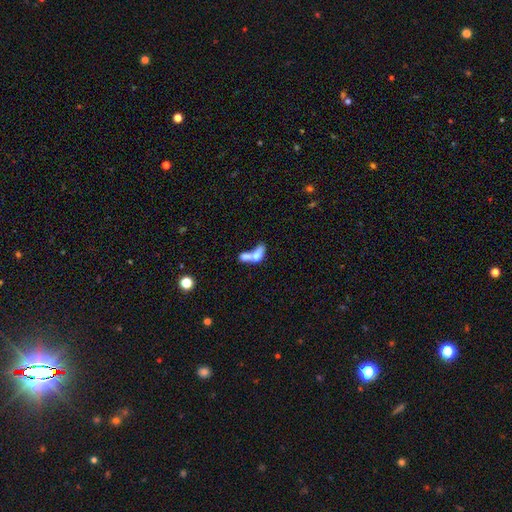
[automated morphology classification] This is likely a smooth galaxy (60%). How rounded: likely in between (68%). Merging: likely merger (71%).